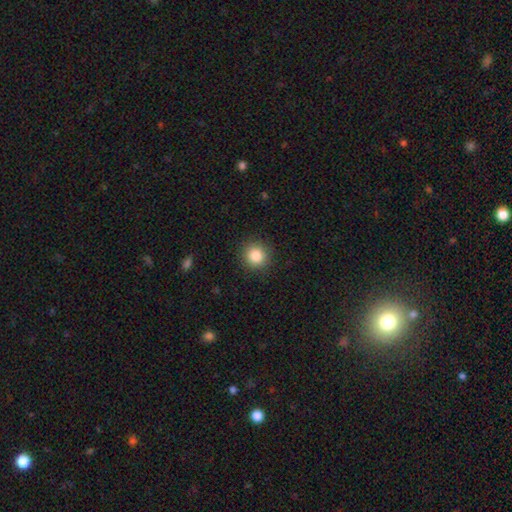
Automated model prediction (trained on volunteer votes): The model was most divided on "smooth or featured": smooth: 85%, star or artifact: 10%, featured or disk: 5%. More confident: how rounded — round (93%); merging — none (90%).